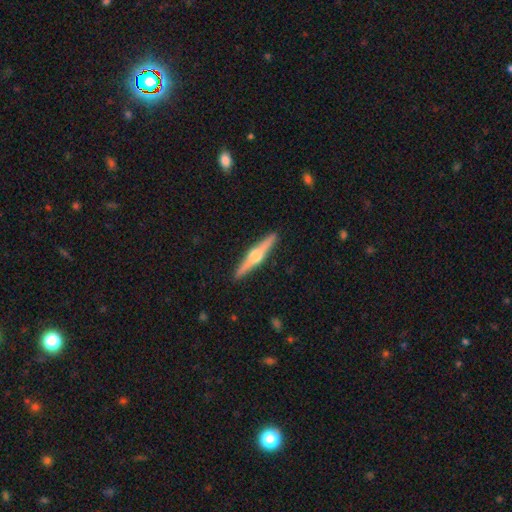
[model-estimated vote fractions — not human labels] Q: Smooth or featured?
A: featured or disk (77%); runner-up: smooth (18%)
Q: Edge-on disk?
A: yes (98%); runner-up: no (2%)
Q: Edge-on bulge?
A: rounded (95%); runner-up: boxy (3%)
Q: Merging?
A: none (92%); runner-up: minor disturbance (6%)